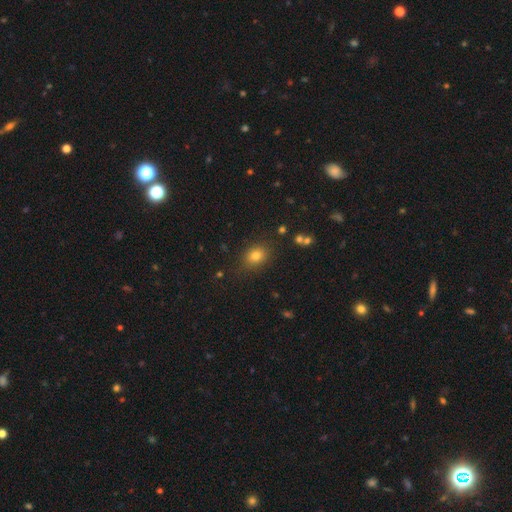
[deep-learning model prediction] A smooth galaxy with no disk features (79%) that is in between round and cigar-shaped (58%).

Vote fractions:
- Smooth or featured? smooth: 79% / star or artifact: 14% / featured or disk: 8%
- How rounded? in between: 58% / round: 40% / cigar-shaped: 1%
- Merging? none: 82% / minor disturbance: 12% / major disturbance: 4% / merger: 2%